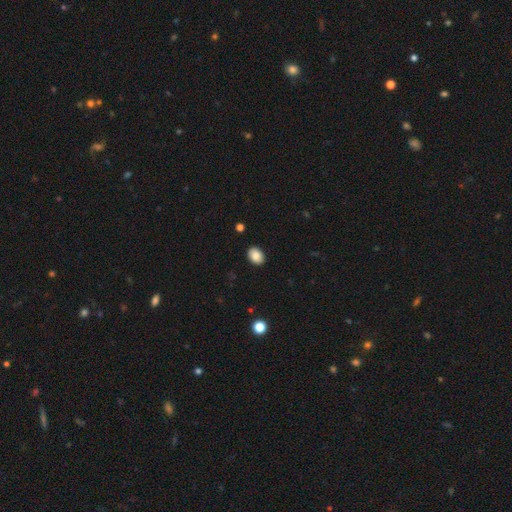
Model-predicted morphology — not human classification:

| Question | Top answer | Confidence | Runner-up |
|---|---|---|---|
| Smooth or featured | smooth | 85% | star or artifact (8%) |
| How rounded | in between | 77% | round (22%) |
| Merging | none | 90% | minor disturbance (7%) |